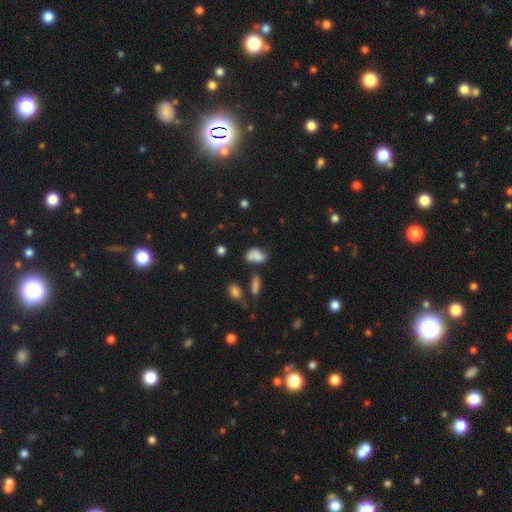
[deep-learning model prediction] A smooth galaxy with no disk features (69%) that is in between round and cigar-shaped (82%).

Vote fractions:
- Smooth or featured? smooth: 69% / featured or disk: 18% / star or artifact: 12%
- How rounded? in between: 82% / round: 16% / cigar-shaped: 3%
- Merging? none: 33% / merger: 32% / minor disturbance: 22% / major disturbance: 13%